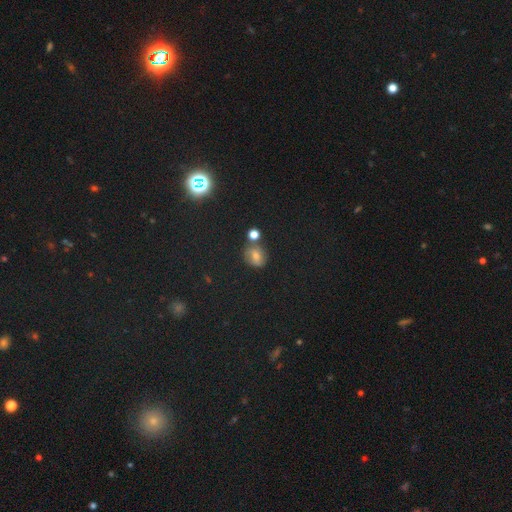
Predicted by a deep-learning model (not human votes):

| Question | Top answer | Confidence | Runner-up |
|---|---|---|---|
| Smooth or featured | smooth | 58% | star or artifact (28%) |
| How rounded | round | 68% | in between (30%) |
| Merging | none | 69% | minor disturbance (15%) |